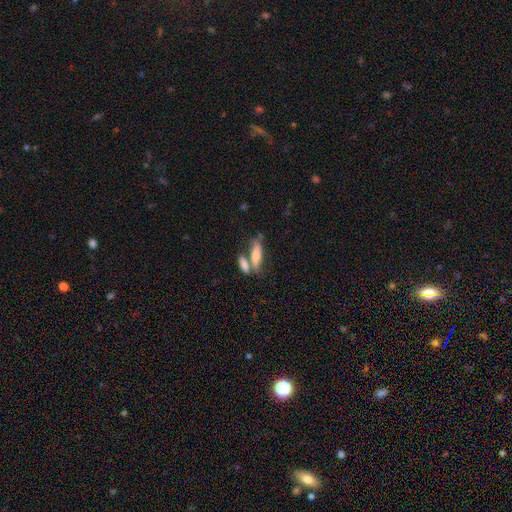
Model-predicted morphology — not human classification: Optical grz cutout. It shows a smooth galaxy with no disk features (75%) that is cigar-shaped (50%). Merging: none (43%).